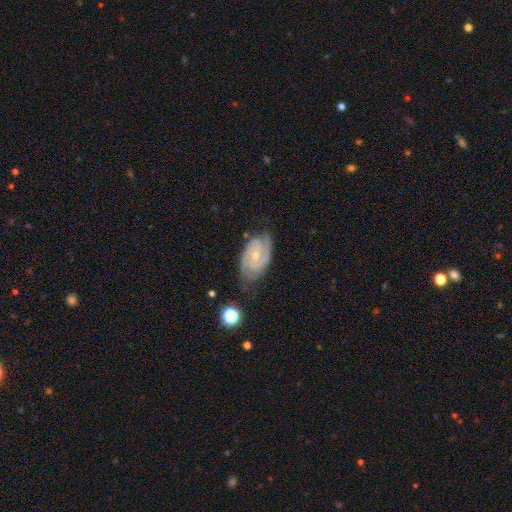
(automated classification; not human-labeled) A featured or disk galaxy (89%) with no bar (62%), 2 (72%) tight (60%) spiral arms (98%) and a small central bulge (61%). Merging: none (74%).